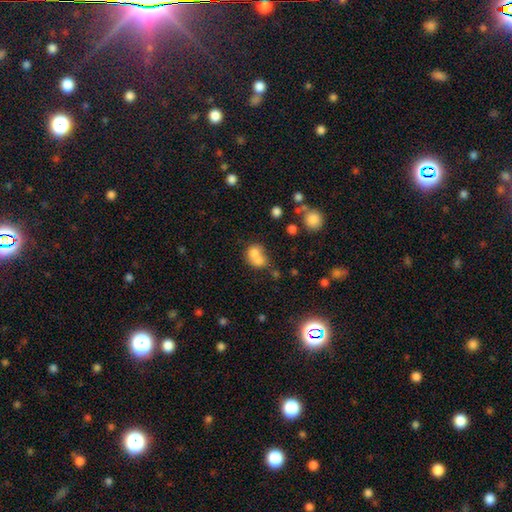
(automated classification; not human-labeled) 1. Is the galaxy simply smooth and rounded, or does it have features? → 72% smooth, 16% featured or disk, 11% star or artifact.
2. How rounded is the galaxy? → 60% round, 39% in between, 1% cigar-shaped.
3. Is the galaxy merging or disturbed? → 65% merger, 23% none, 7% minor disturbance, 4% major disturbance.